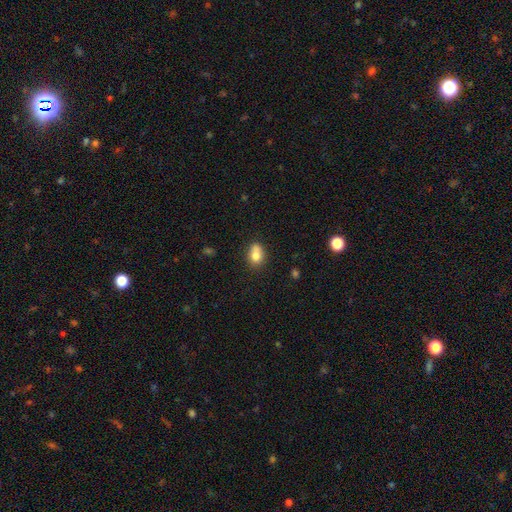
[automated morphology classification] Overall: smooth (77%). How rounded: in between (59%; round 40%). Merging: none (54%; minor disturbance 22%).